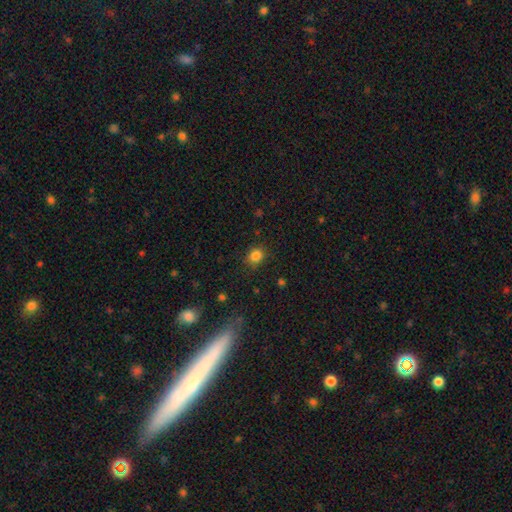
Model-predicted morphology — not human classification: This is clearly a smooth galaxy (84%). How rounded: likely round (67%). Merging: clearly none (83%).